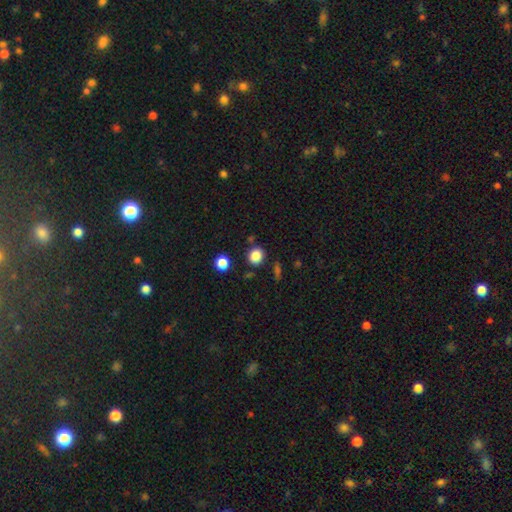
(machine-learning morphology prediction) A smooth galaxy with no disk features (85%) that is round (75%). Merging: none (82%).